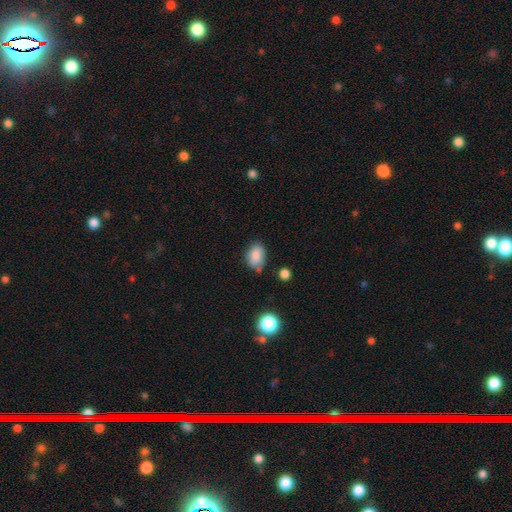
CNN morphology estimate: smooth 83%, star or artifact 9%, featured or disk 8%. Down the decision tree: how rounded — in between (80%); merging — none (57%).